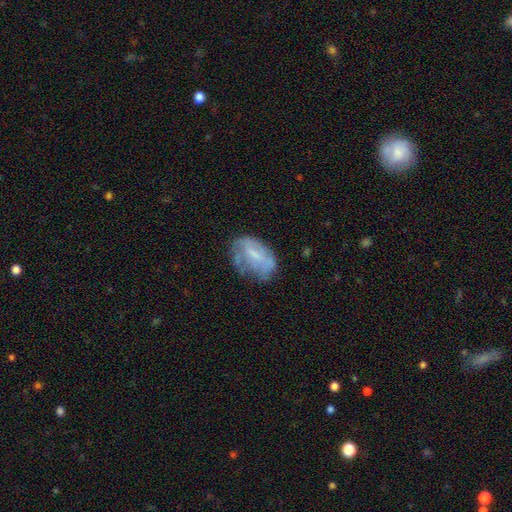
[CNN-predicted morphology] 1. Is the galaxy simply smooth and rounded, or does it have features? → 48% featured or disk, 43% smooth, 9% star or artifact.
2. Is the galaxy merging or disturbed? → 48% none, 30% minor disturbance, 19% major disturbance, 3% merger.